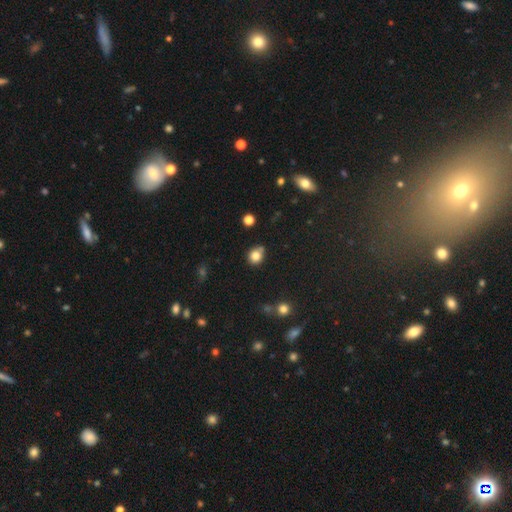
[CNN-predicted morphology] This is clearly a smooth galaxy (81%). How rounded: likely round (75%). Merging: likely none (67%).